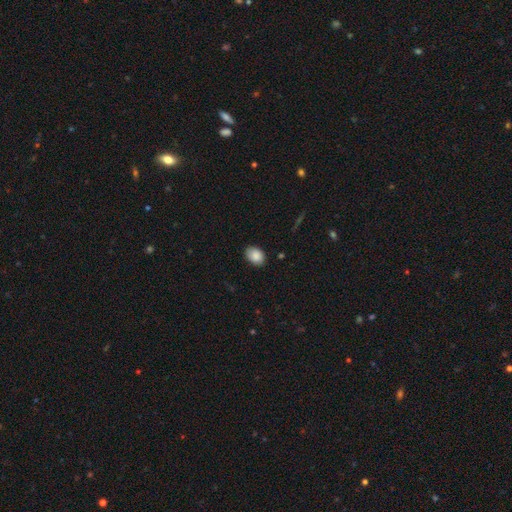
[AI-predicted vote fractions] A smooth galaxy with no disk features (88%) that is in between round and cigar-shaped (79%).

Vote fractions:
- Smooth or featured? smooth: 88% / star or artifact: 7% / featured or disk: 5%
- How rounded? in between: 79% / round: 20% / cigar-shaped: 1%
- Merging? none: 85% / minor disturbance: 12% / major disturbance: 2% / merger: 1%